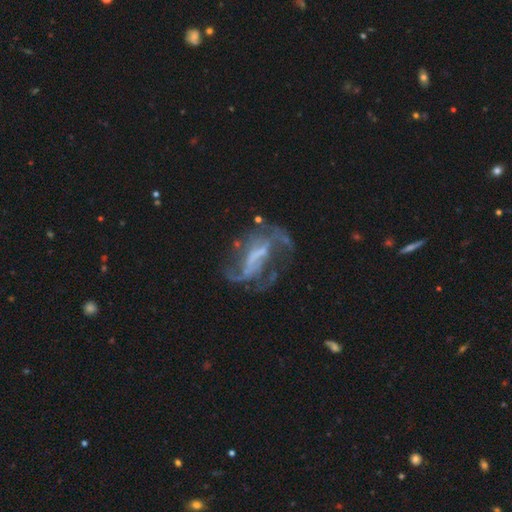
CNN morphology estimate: The model was most divided on "merging": none: 42%, major disturbance: 36%, minor disturbance: 17%, merger: 6%. Remaining: edge-on disk — no (93%); smooth or featured — featured or disk (78%); spiral arms — yes (75%); bulge size — none (55%); spiral arm count — 2 (51%); bar — strong (47%); spiral winding — loose (46%).